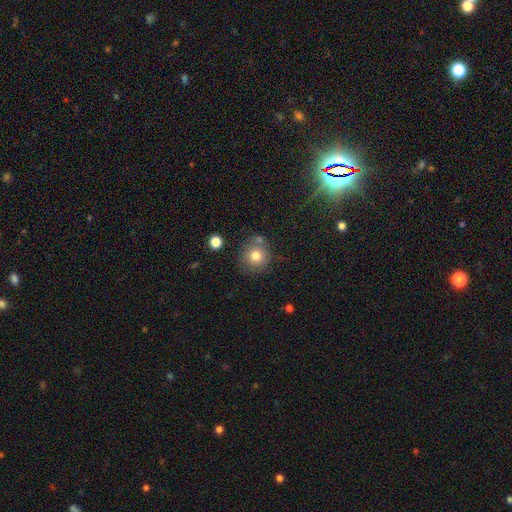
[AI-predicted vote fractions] smooth_or_featured: smooth (p=0.79) [alt: star or artifact p=0.11]
how_rounded: round (p=0.90) [alt: in between p=0.09]
merging: none (p=0.73) [alt: minor disturbance p=0.13]